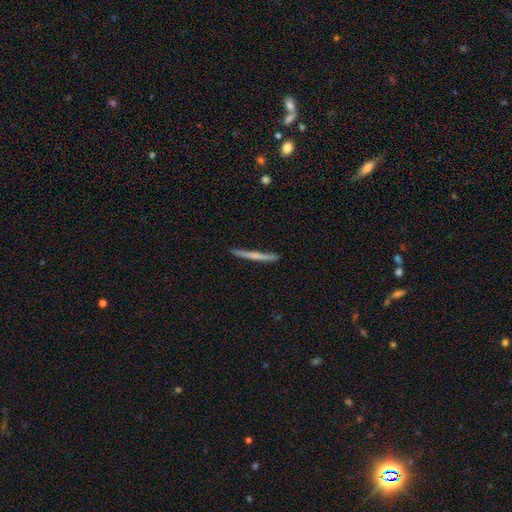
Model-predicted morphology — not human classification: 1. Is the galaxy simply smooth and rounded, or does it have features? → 54% smooth, 40% featured or disk, 6% star or artifact.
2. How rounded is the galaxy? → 97% cigar-shaped, 2% in between, 1% round.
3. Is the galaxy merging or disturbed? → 89% none, 8% minor disturbance, 2% major disturbance, 1% merger.